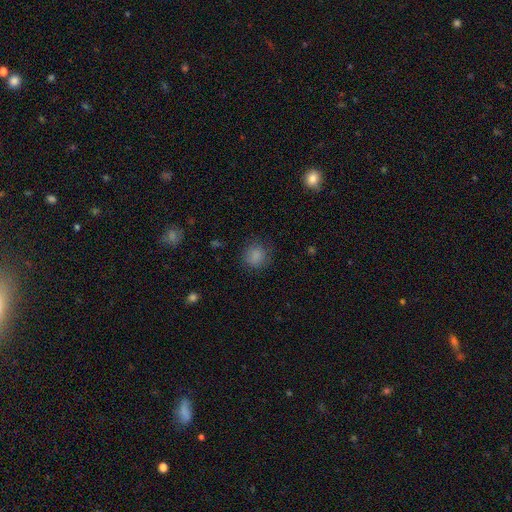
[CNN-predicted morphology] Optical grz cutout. It shows a smooth galaxy with no disk features (84%) that is round (86%). Merging: none (82%).